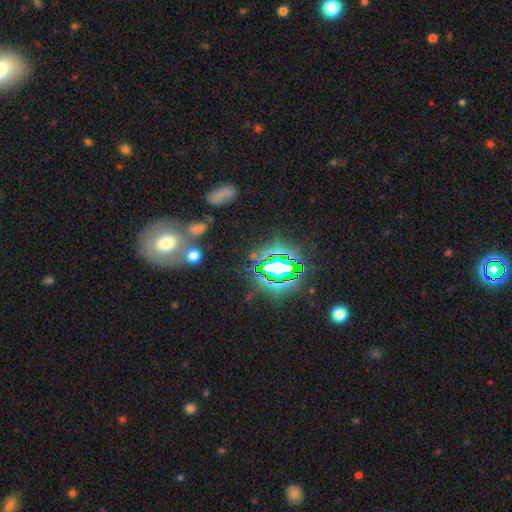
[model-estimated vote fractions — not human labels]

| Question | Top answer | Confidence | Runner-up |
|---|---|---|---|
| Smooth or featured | star or artifact | 68% | smooth (19%) |